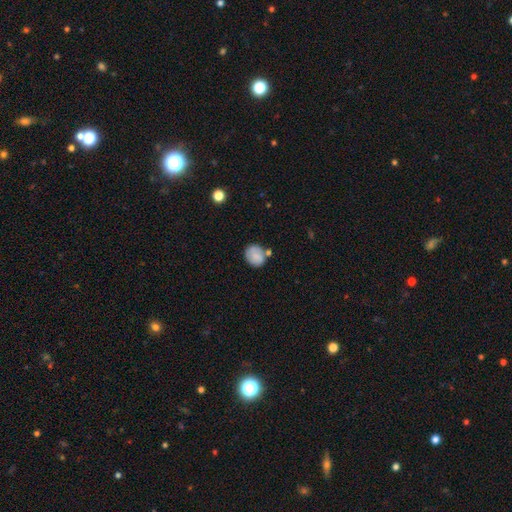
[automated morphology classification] Smooth or featured?
  - smooth: 78% *
  - featured or disk: 14%
  - star or artifact: 8%
How rounded?
  - round: 75% *
  - in between: 24%
  - cigar-shaped: 1%
Merging?
  - none: 64% *
  - minor disturbance: 17%
  - merger: 14%
  - major disturbance: 4%